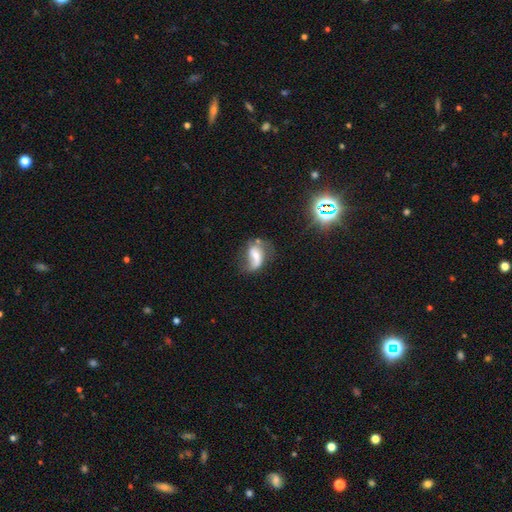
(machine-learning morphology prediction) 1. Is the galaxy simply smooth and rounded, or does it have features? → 59% featured or disk, 31% smooth, 10% star or artifact.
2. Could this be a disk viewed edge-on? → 96% no, 4% yes.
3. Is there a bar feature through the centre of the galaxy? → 41% no, 37% weak, 22% strong.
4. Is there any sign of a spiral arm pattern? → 76% yes, 24% no.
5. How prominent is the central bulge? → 49% moderate, 36% small, 7% large, 7% none, 2% dominant.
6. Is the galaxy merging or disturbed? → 37% none, 27% major disturbance, 26% minor disturbance, 10% merger.